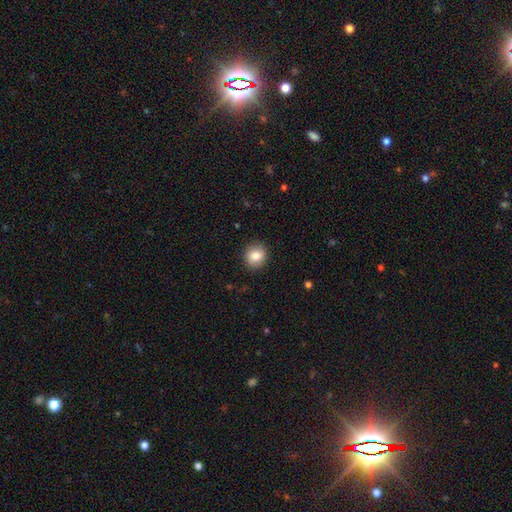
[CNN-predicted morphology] Smooth or featured? smooth (83%)
How rounded? round (81%)
Merging? none (89%)